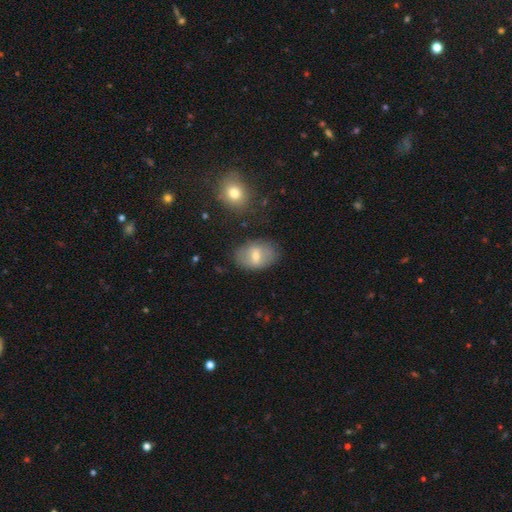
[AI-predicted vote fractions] smooth 55%, featured or disk 37%, star or artifact 8%. Down the decision tree: how rounded — in between (86%); merging — none (76%).